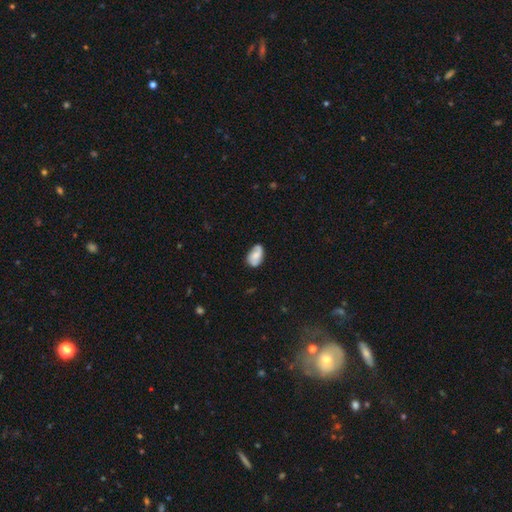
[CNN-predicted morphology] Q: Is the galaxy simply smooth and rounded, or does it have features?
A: smooth — 55%.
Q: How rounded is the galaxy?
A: in between — 89%.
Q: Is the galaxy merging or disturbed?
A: none — 65%.